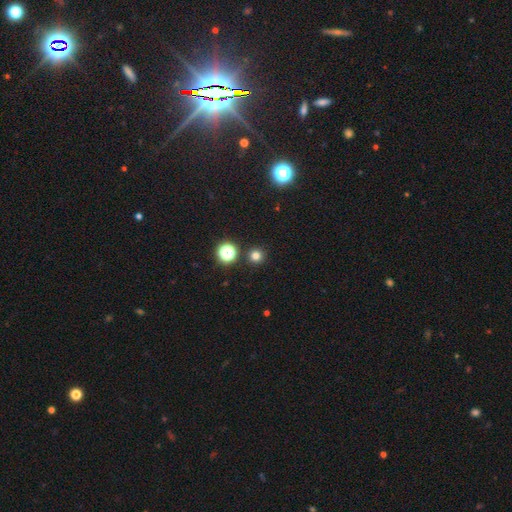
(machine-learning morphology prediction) Q: Smooth or featured?
A: smooth (76%); runner-up: star or artifact (19%)
Q: How rounded?
A: round (96%); runner-up: in between (3%)
Q: Merging?
A: none (91%); runner-up: minor disturbance (4%)